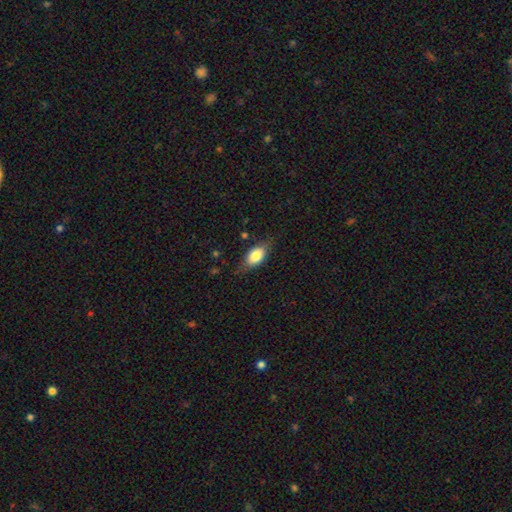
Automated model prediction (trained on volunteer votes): This appears to be a smooth galaxy with no disk features (74%) that is in between round and cigar-shaped (85%). Merging: none (73%).